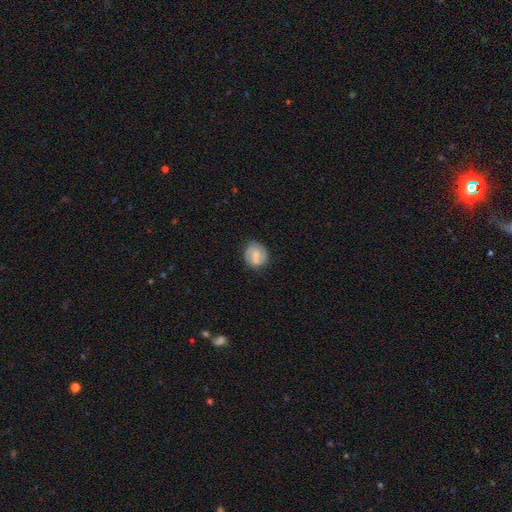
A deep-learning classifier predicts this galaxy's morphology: Q: Smooth or featured?
A: featured or disk (58%); runner-up: smooth (35%)
Q: Edge-on disk?
A: no (98%); runner-up: yes (2%)
Q: Bar?
A: no (55%); runner-up: weak (38%)
Q: Spiral arms?
A: yes (85%); runner-up: no (15%)
Q: Bulge size?
A: small (49%); runner-up: moderate (34%)
Q: Merging?
A: none (71%); runner-up: minor disturbance (18%)